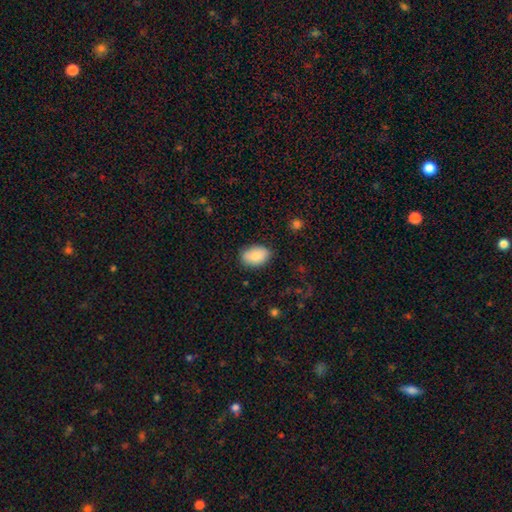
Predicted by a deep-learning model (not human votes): Morphology: type=smooth (85%); roundness=in between (88%); merging=none (82%).